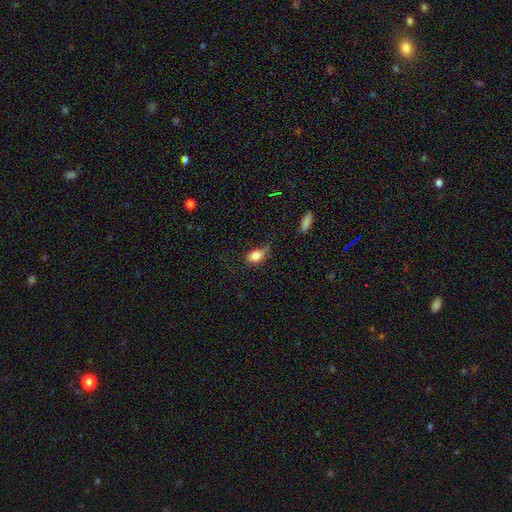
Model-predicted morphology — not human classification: Smooth or featured?
  - smooth: 82% *
  - featured or disk: 9%
  - star or artifact: 9%
How rounded?
  - in between: 81% *
  - round: 16%
  - cigar-shaped: 4%
Merging?
  - none: 42% *
  - minor disturbance: 36%
  - major disturbance: 19%
  - merger: 3%